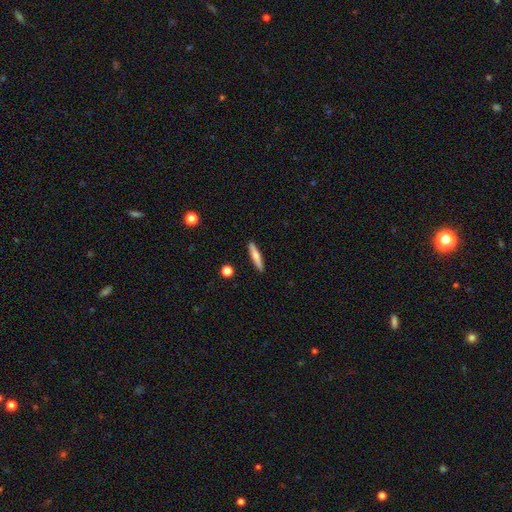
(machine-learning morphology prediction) Smooth or featured: smooth — 67% (featured or disk — 27%)
How rounded: cigar-shaped — 89% (in between — 9%)
Merging: none — 91% (minor disturbance — 7%)